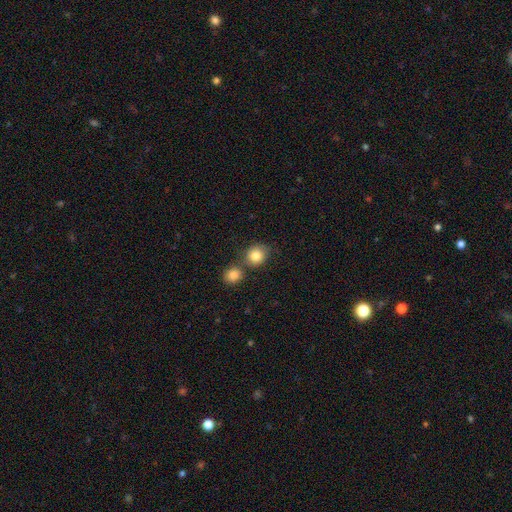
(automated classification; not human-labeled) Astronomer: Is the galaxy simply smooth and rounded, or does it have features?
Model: smooth — 84%.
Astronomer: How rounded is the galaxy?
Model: round — 79%.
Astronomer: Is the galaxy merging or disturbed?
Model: none — 57%.